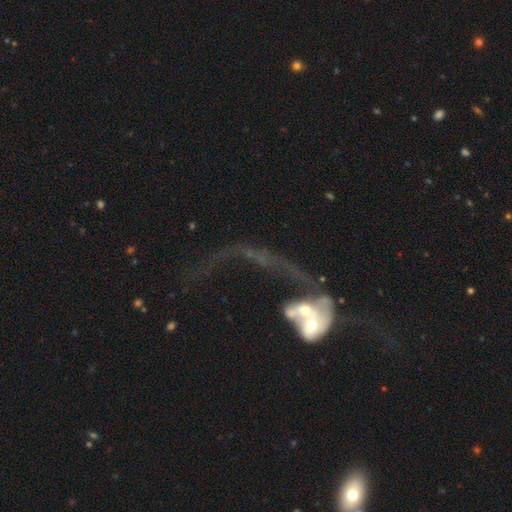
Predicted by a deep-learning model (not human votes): The model was most divided on "bulge size": moderate: 39%, small: 33%, none: 15%, large: 8%, dominant: 4%. More confident: edge-on disk — no (91%); bar — no (67%); smooth or featured — featured or disk (63%); merging — merger (58%); spiral arms — yes (56%).